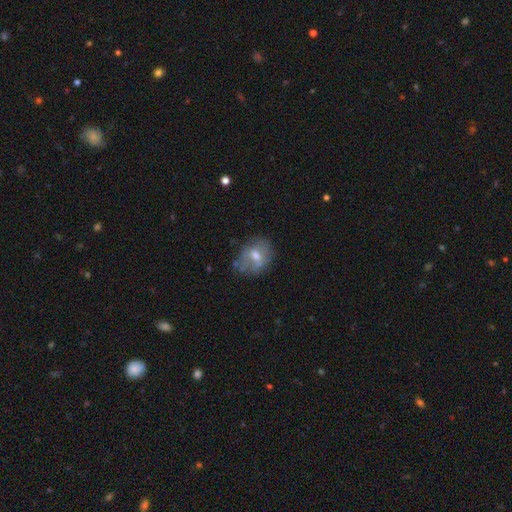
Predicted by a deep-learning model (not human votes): Morphology: type=smooth (51%); roundness=in between (59%); merging=none (55%).